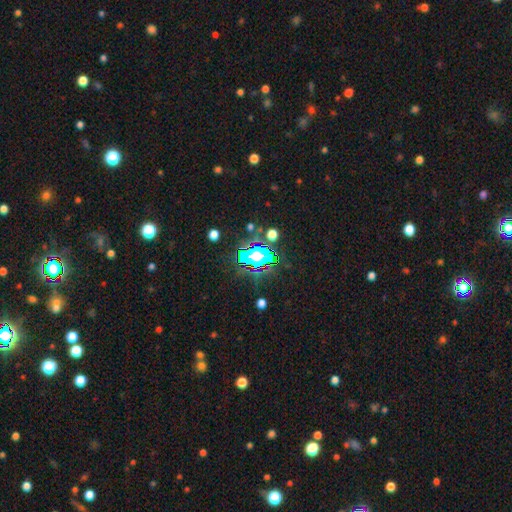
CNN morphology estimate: Smooth or featured? star or artifact (53%)